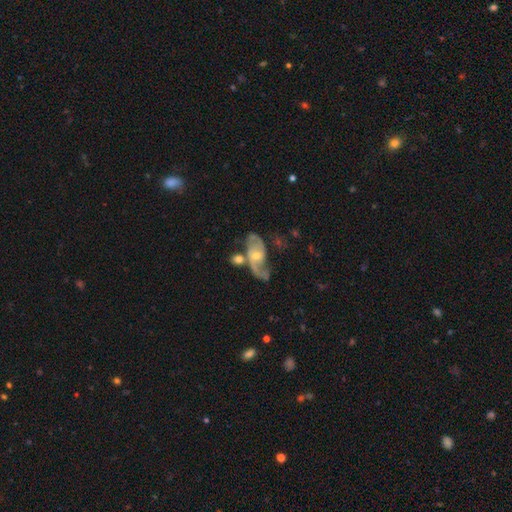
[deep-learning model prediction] Smooth or featured? featured or disk (83%)
Edge-on disk? no (95%)
Bar? no (56%)
Spiral arms? yes (93%)
Spiral winding? loose (43%)
Spiral arm count? 2 (84%)
Bulge size? small (50%)
Merging? none (45%)